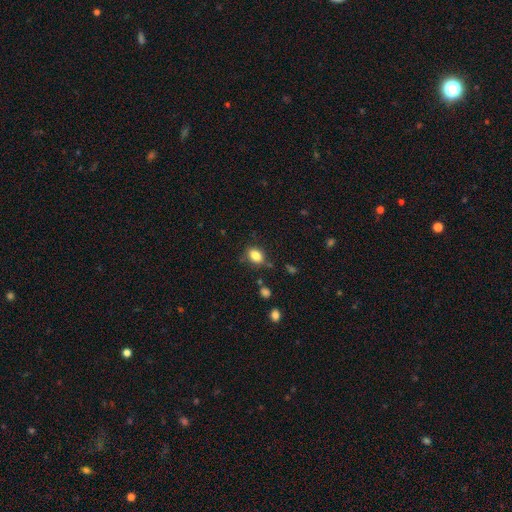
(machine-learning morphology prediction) smooth 84%, star or artifact 10%, featured or disk 6%. Down the decision tree: how rounded — in between (79%); merging — none (77%).